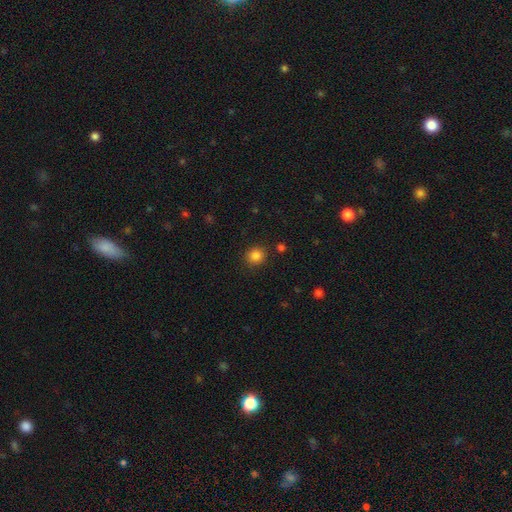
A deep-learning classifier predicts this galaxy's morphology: Smooth or featured? smooth (84%)
How rounded? round (88%)
Merging? none (88%)